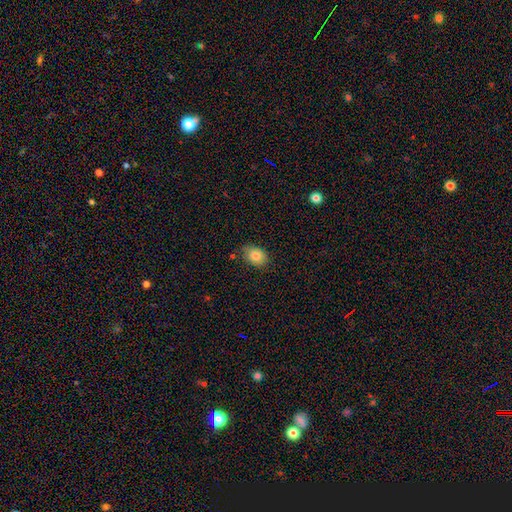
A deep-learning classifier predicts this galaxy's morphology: The model was most divided on "how rounded": in between: 73%, round: 26%, cigar-shaped: 1%. More confident: smooth or featured — smooth (84%); merging — none (79%).